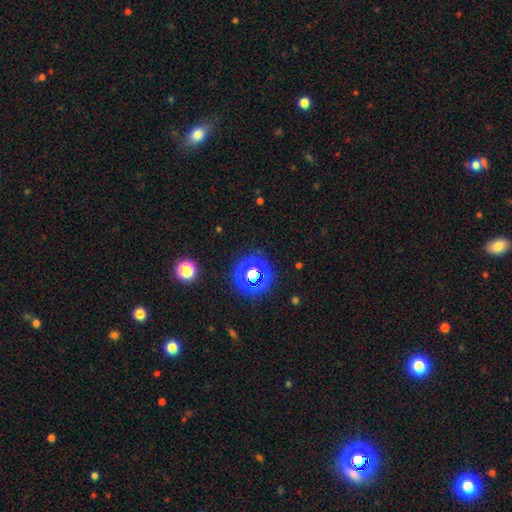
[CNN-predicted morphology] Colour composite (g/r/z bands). It shows a star or artifact, not a galaxy (58%).